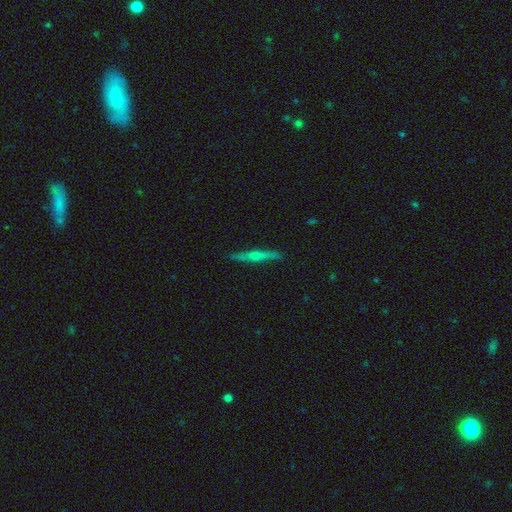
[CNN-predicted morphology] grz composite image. It shows a featured or disk galaxy (71%) viewed edge-on (97%) with a rounded central bulge (88%). Merging: none (90%).